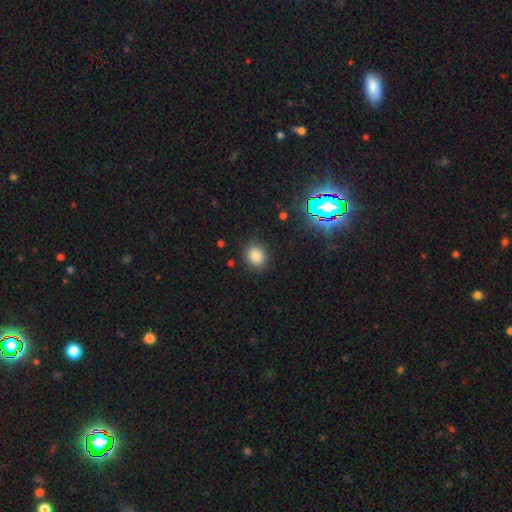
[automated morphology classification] smooth 84%, star or artifact 12%, featured or disk 4%. Down the decision tree: how rounded — round (65%); merging — none (85%).